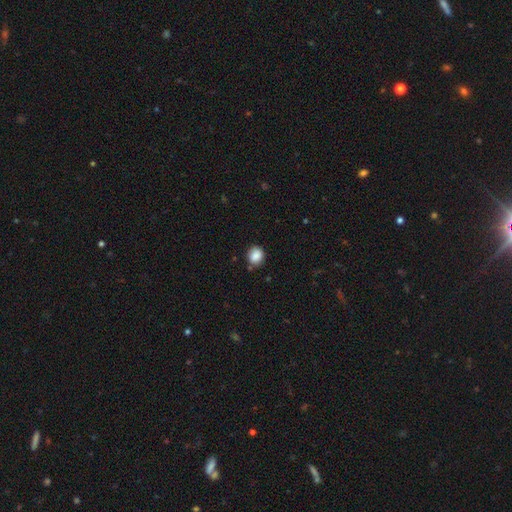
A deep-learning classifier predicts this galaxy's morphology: Overall: smooth (87%). How rounded: round (73%). Merging: none (80%).